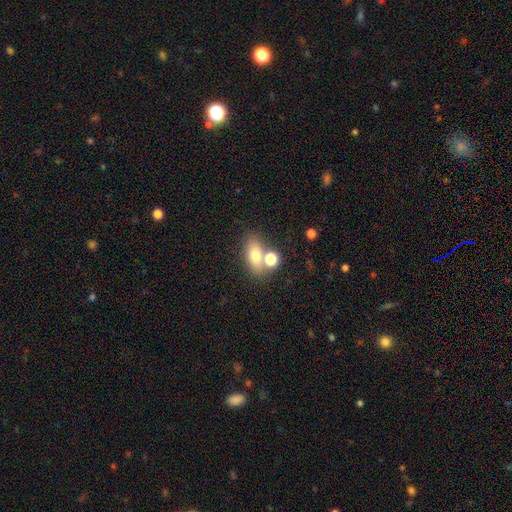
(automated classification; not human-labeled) smooth_or_featured: smooth (p=0.71) [alt: featured or disk p=0.18]
how_rounded: in between (p=0.73) [alt: round p=0.21]
merging: none (p=0.57) [alt: merger p=0.28]